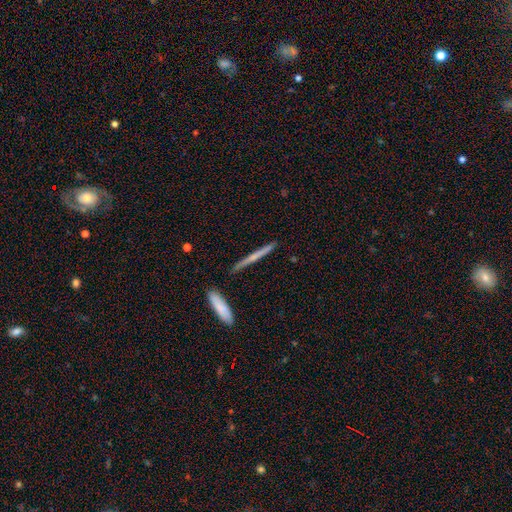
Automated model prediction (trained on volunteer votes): The model was most divided on "smooth or featured": smooth: 51%, featured or disk: 43%, star or artifact: 6%. More confident: how rounded — cigar-shaped (95%); merging — none (88%).